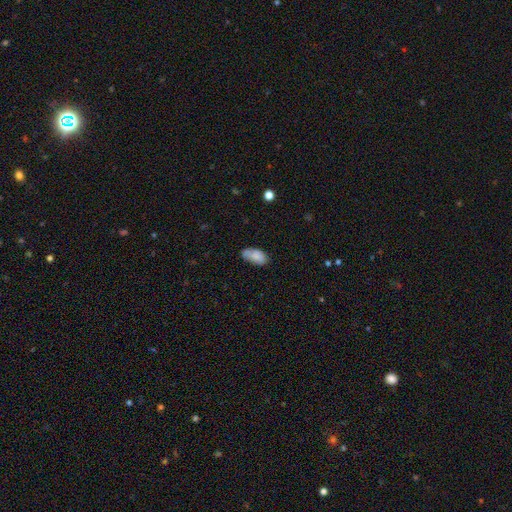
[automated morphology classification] The model was most divided on "merging": none: 63%, minor disturbance: 27%, major disturbance: 6%, merger: 4%. More confident: how rounded — in between (93%); smooth or featured — smooth (82%).